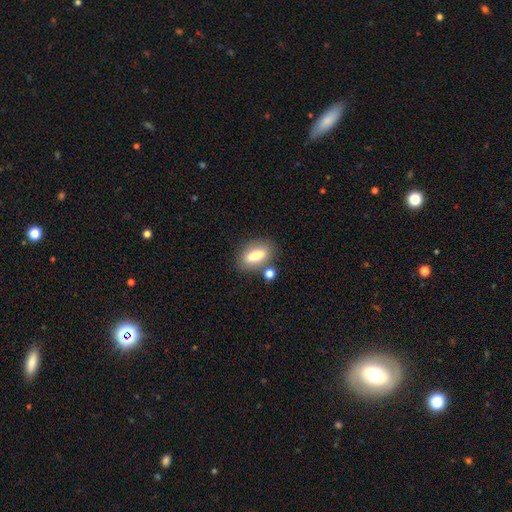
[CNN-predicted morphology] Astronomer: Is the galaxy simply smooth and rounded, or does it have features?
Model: smooth — 75%.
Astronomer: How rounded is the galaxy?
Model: in between — 80%.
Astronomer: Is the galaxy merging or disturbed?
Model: none — 74%.